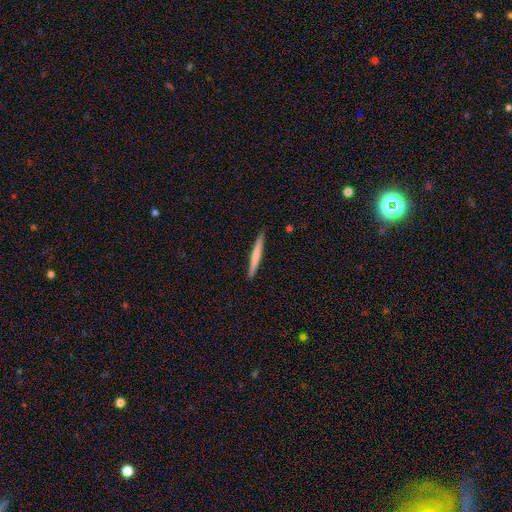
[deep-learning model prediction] Smooth or featured: smooth — 61% (featured or disk — 34%)
How rounded: cigar-shaped — 97% (in between — 2%)
Merging: none — 90% (minor disturbance — 8%)